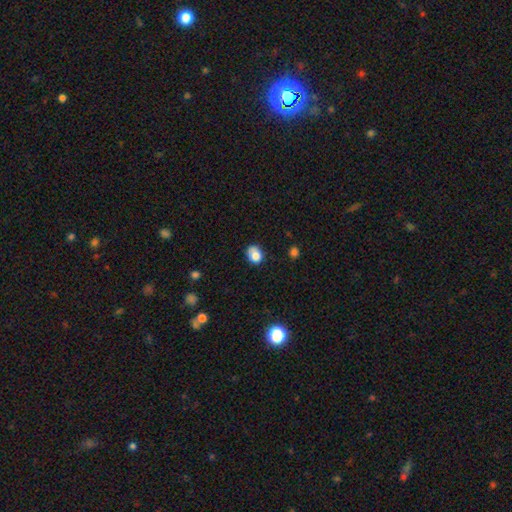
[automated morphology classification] smooth-or-featured: smooth: 79% | featured or disk: 11% | star or artifact: 10%
  how-rounded: in between: 51% | round: 48% | cigar-shaped: 1%
  merging: none: 57% | minor disturbance: 30% | major disturbance: 9% | merger: 4%